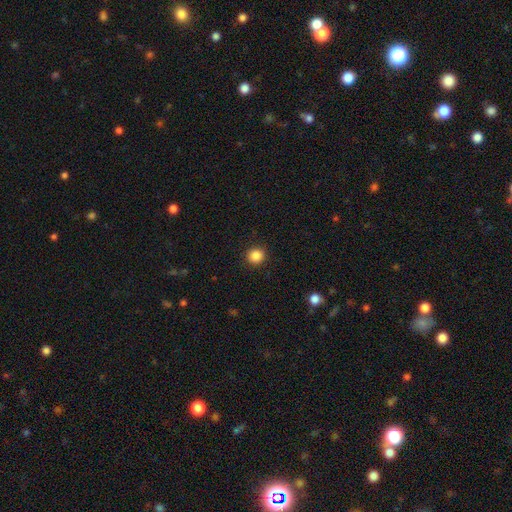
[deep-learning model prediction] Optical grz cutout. It shows a smooth galaxy with no disk features (87%) that is round (91%). Merging: none (92%).